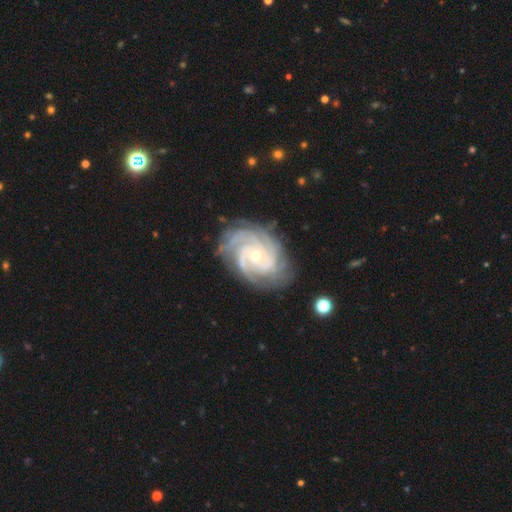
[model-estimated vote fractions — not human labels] Smooth or featured? Predicted: featured or disk (p=0.92). Edge-on disk? Predicted: no (p=0.97). Bar? Predicted: no (p=0.68). Spiral arms? Predicted: yes (p=0.98). Spiral winding? Predicted: tight (p=0.74). Spiral arm count? Predicted: 3 (p=0.28, tied with 4). Bulge size? Predicted: small (p=0.60). Merging? Predicted: none (p=0.77).